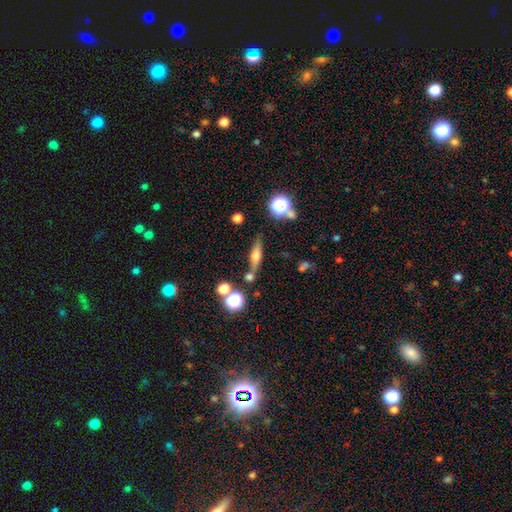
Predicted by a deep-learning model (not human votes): Q: Smooth or featured?
A: featured or disk (50%); runner-up: smooth (40%)
Q: Merging?
A: none (71%); runner-up: minor disturbance (13%)